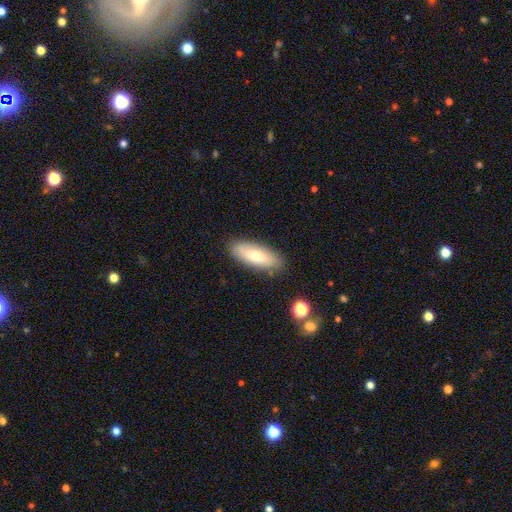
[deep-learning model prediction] The model was most divided on "smooth or featured": smooth: 69%, featured or disk: 25%, star or artifact: 7%. More confident: merging — none (83%); how rounded — in between (74%).